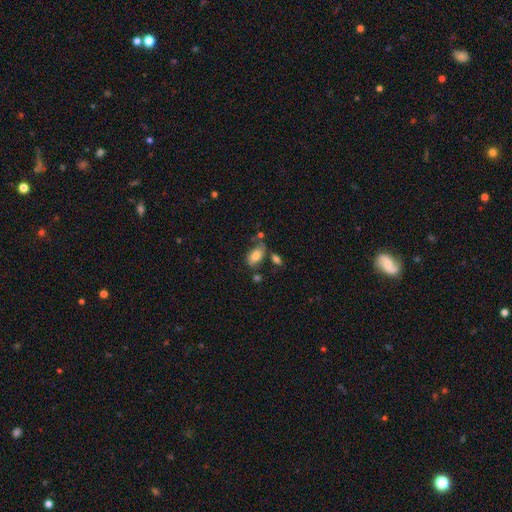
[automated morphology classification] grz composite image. It shows a smooth galaxy with no disk features (77%) that is in between round and cigar-shaped (92%). Merging: none (55%).